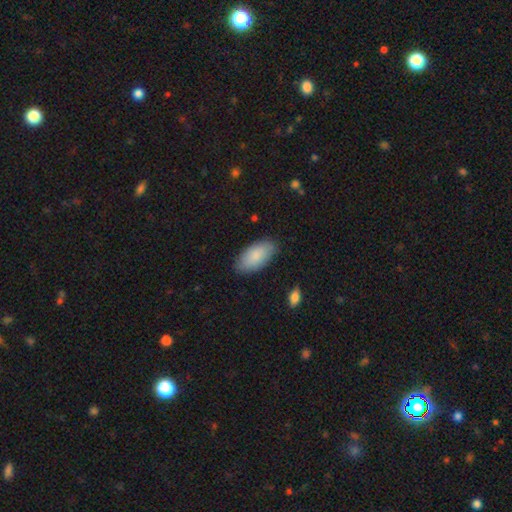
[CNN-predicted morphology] type=smooth (86%); roundness=in between (93%); merging=none (84%).